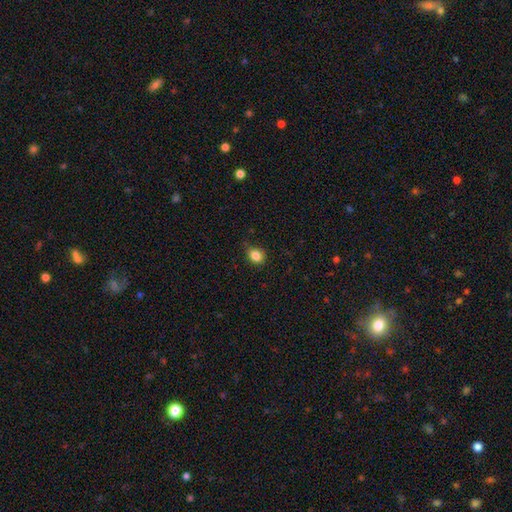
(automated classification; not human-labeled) smooth_or_featured: smooth (p=0.84) [alt: star or artifact p=0.11]
how_rounded: round (p=0.62) [alt: in between p=0.37]
merging: none (p=0.83) [alt: minor disturbance p=0.13]